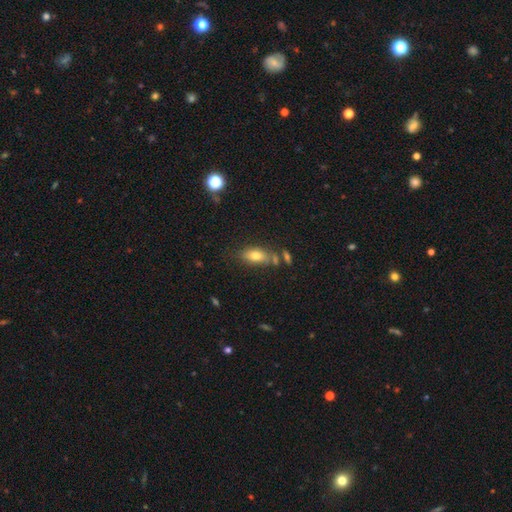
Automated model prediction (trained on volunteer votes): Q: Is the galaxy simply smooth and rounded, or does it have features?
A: smooth — 76%.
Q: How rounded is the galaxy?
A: in between — 86%.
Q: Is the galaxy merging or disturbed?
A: none — 65%.